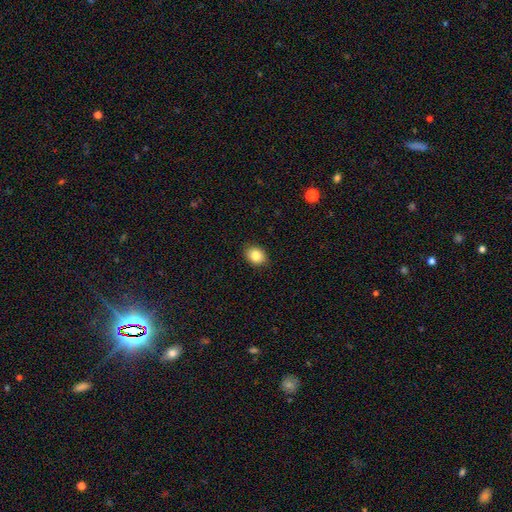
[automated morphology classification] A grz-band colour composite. It shows a smooth galaxy with no disk features (84%) that is in between round and cigar-shaped (60%). Merging: none (88%).